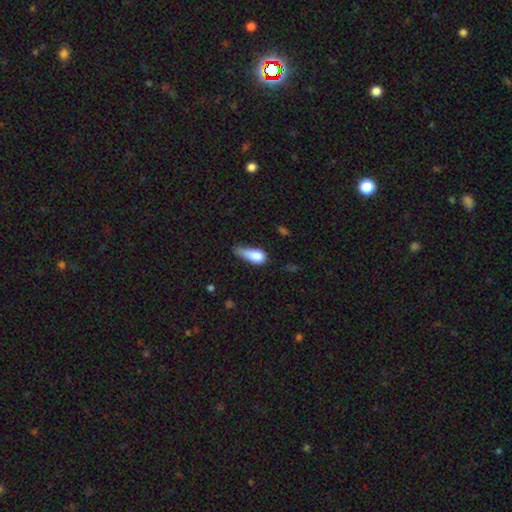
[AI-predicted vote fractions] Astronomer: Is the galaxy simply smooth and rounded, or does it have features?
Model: smooth — 79%.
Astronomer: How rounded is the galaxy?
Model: in between — 75%.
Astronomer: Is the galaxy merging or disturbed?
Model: minor disturbance — 46% (runner-up: major disturbance, 27%).